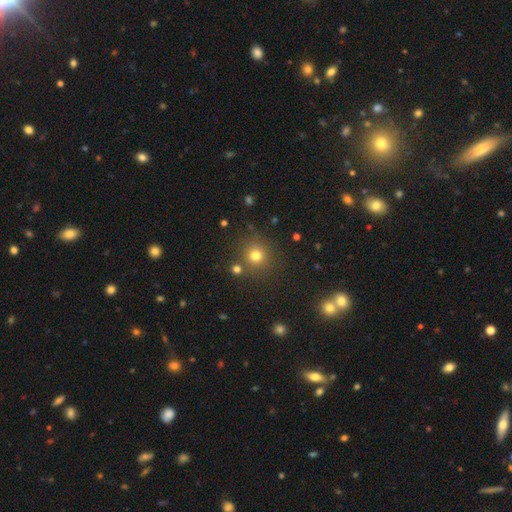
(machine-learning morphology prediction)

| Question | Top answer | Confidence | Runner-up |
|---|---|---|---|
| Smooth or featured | smooth | 76% | star or artifact (17%) |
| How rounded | round | 92% | in between (7%) |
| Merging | none | 82% | minor disturbance (8%) |